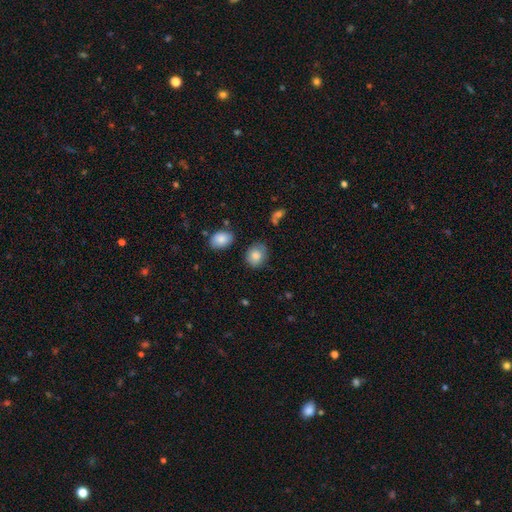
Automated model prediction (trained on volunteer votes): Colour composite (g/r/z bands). It shows a smooth galaxy with no disk features (79%) that is round (59%). Merging: none (72%).